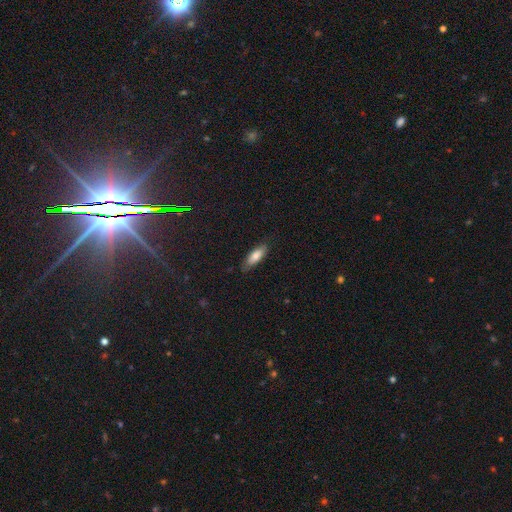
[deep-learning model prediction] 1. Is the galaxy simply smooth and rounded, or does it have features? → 78% smooth, 15% featured or disk, 7% star or artifact.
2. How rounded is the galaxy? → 66% in between, 32% cigar-shaped, 2% round.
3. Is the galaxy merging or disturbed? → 79% none, 17% minor disturbance, 3% major disturbance, 1% merger.